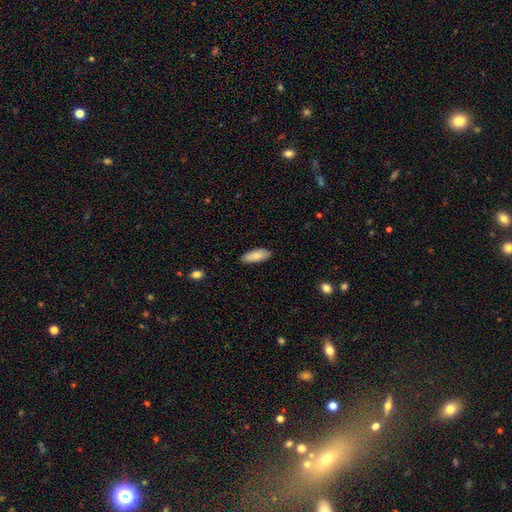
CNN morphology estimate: Smooth or featured: smooth — 81% (featured or disk — 13%)
How rounded: in between — 77% (cigar-shaped — 22%)
Merging: none — 86% (minor disturbance — 11%)